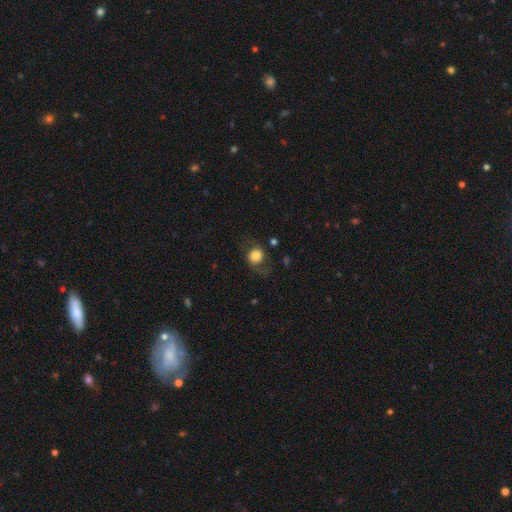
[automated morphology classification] This is possibly a smooth galaxy (59%). How rounded: likely round (78%). Merging: likely none (66%).